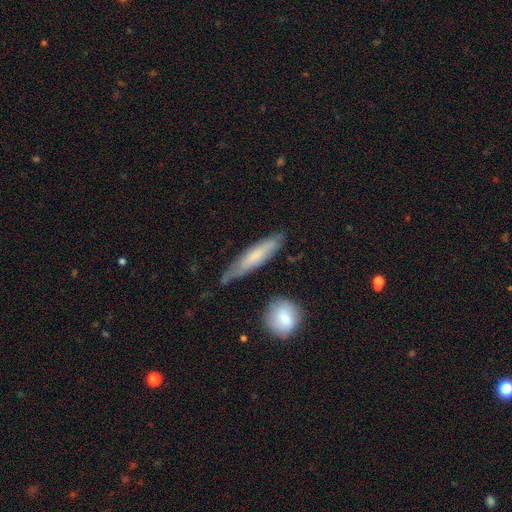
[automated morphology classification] Smooth or featured? Predicted: smooth (p=0.62). How rounded? Predicted: cigar-shaped (p=0.82). Merging? Predicted: none (p=0.68).